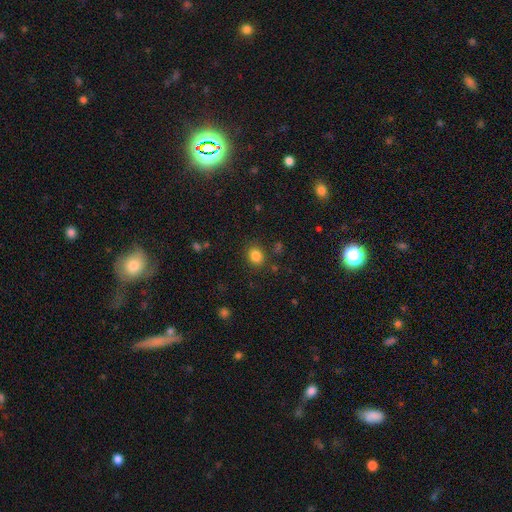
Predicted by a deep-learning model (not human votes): Overall: smooth (84%). How rounded: round (56%; in between 43%). Merging: none (84%).